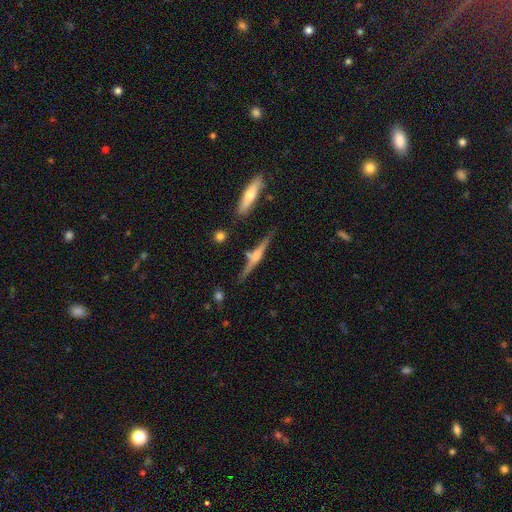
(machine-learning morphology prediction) smooth_or_featured: featured or disk (p=0.72) [alt: smooth p=0.21]
disk_edge_on: yes (p=0.97) [alt: no p=0.03]
edge_on_bulge: rounded (p=0.73) [alt: boxy p=0.18]
merging: none (p=0.76) [alt: minor disturbance p=0.13]